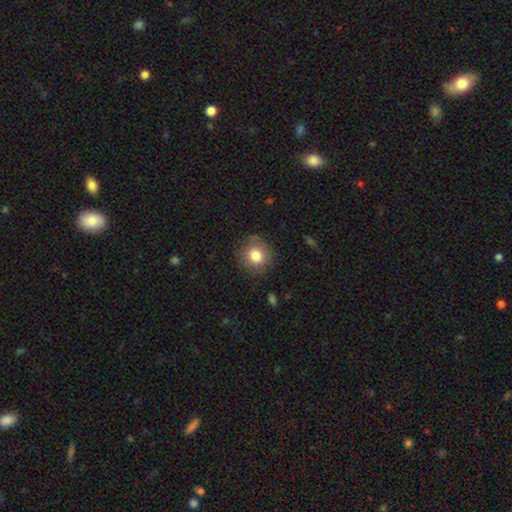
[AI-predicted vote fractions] A smooth galaxy with no disk features (80%) that is round (87%).

Vote fractions:
- Smooth or featured? smooth: 80% / featured or disk: 11% / star or artifact: 9%
- How rounded? round: 87% / in between: 12% / cigar-shaped: 1%
- Merging? none: 81% / minor disturbance: 13% / major disturbance: 4% / merger: 1%